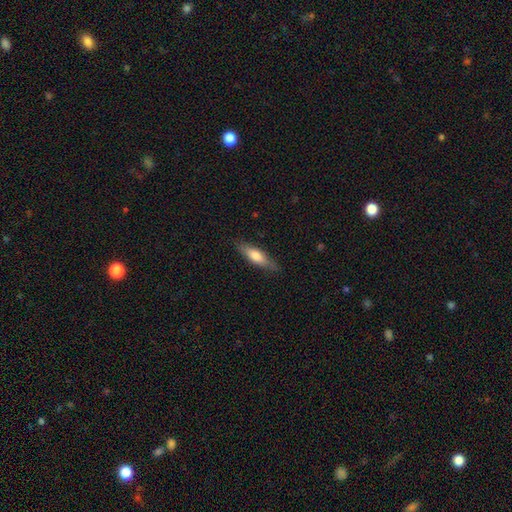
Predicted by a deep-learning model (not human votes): Q: Smooth or featured?
A: smooth (66%); runner-up: featured or disk (28%)
Q: How rounded?
A: cigar-shaped (62%); runner-up: in between (36%)
Q: Merging?
A: none (84%); runner-up: minor disturbance (12%)